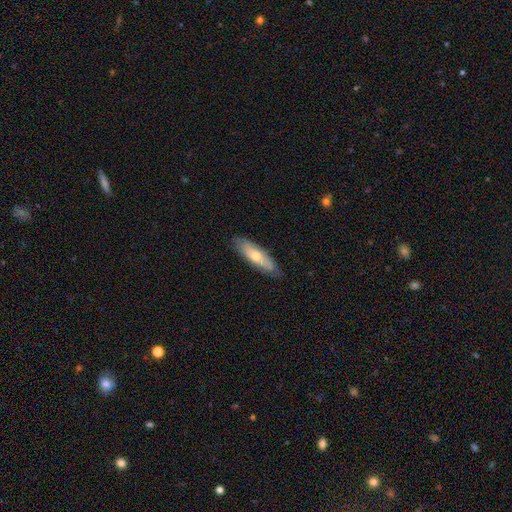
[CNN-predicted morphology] This is possibly a smooth galaxy (59%). How rounded: likely cigar-shaped (60%). Merging: clearly none (84%).